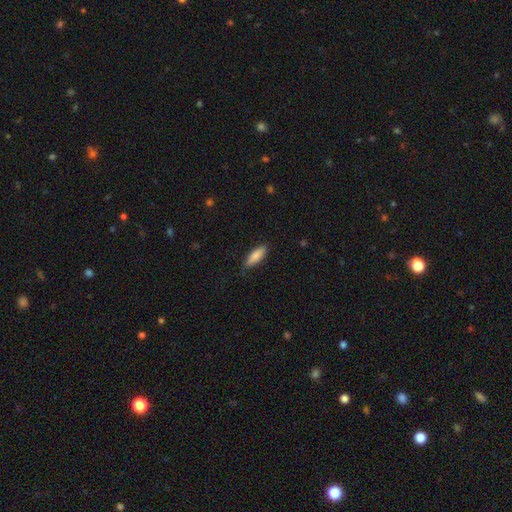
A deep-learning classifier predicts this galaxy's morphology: Smooth or featured? Predicted: smooth (p=0.83). How rounded? Predicted: in between (p=0.55). Merging? Predicted: none (p=0.82).